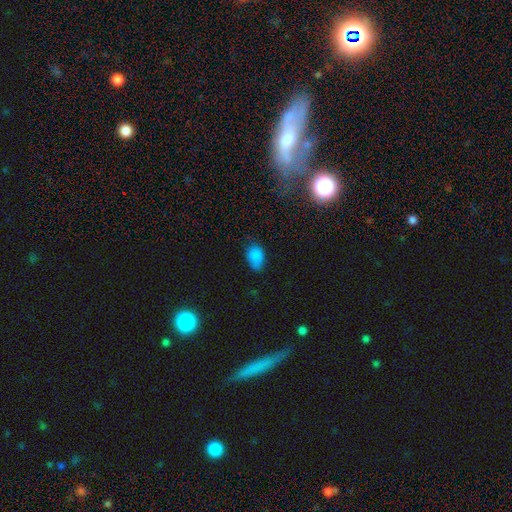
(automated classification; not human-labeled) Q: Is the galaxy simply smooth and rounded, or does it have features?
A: smooth — 84%.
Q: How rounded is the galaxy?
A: in between — 86%.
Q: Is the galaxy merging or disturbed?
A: none — 61%.